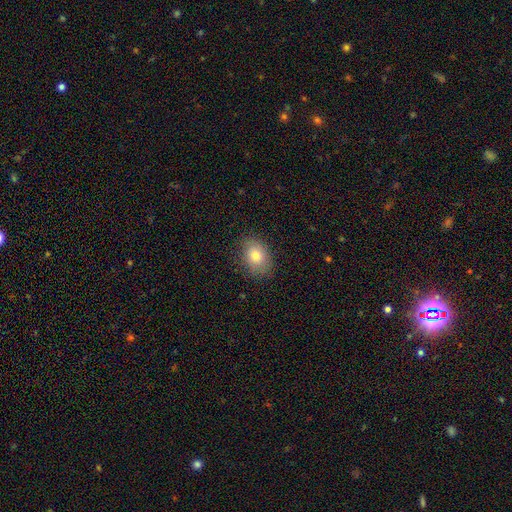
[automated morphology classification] A smooth galaxy with no disk features (78%) that is in between round and cigar-shaped (70%). Merging: none (83%).